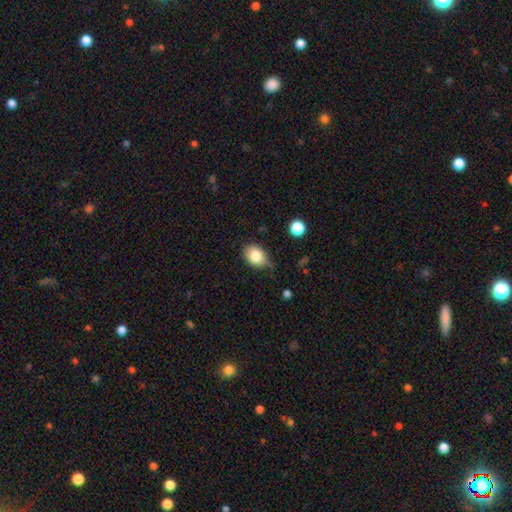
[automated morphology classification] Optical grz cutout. It shows a smooth galaxy with no disk features (80%) that is in between round and cigar-shaped (60%). Merging: none (48%).